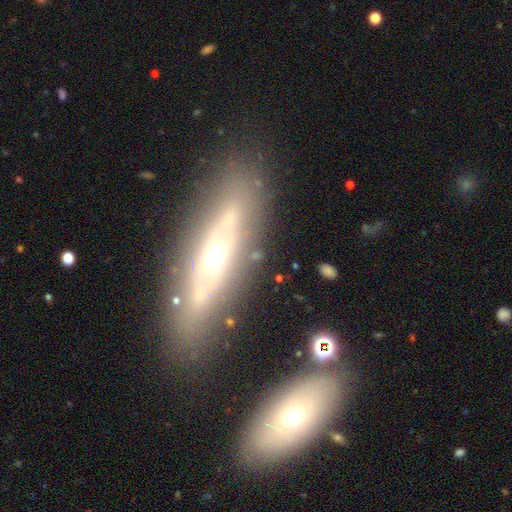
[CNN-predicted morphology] featured or disk 56%, smooth 32%, star or artifact 11%. Down the decision tree: edge-on disk — yes (58%); merging — none (78%).